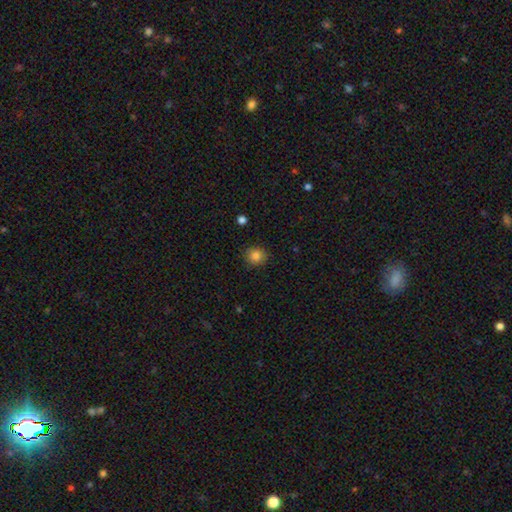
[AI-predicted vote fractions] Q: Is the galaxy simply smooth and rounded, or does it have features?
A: smooth — 85%.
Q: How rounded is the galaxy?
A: round — 86%.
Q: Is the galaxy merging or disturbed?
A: none — 89%.